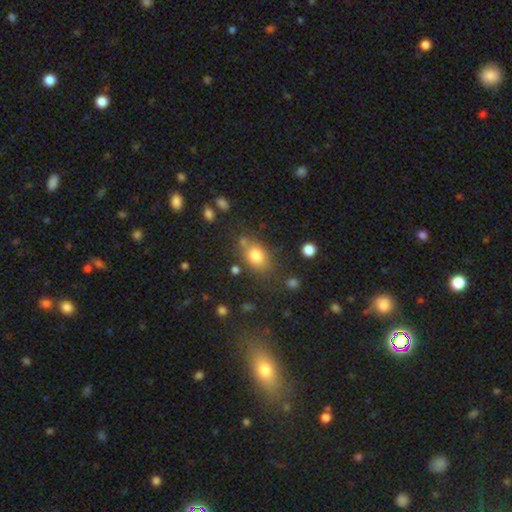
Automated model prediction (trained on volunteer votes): Morphology: type=smooth (78%); roundness=in between (66%); merging=none (68%).